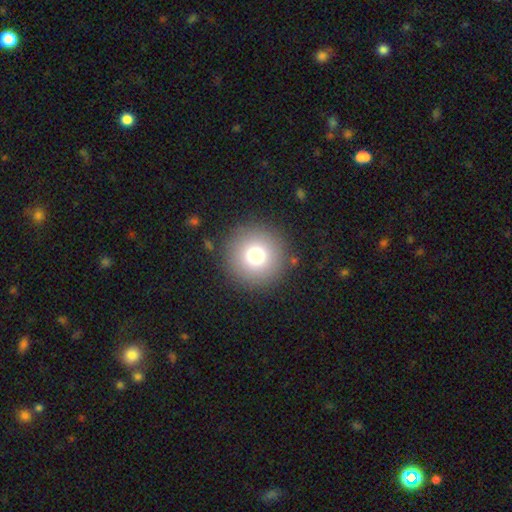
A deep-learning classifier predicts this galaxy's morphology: smooth-or-featured: smooth: 77% | star or artifact: 13% | featured or disk: 11%
  how-rounded: round: 97% | in between: 2% | cigar-shaped: 1%
  merging: none: 90% | minor disturbance: 6% | major disturbance: 3% | merger: 2%